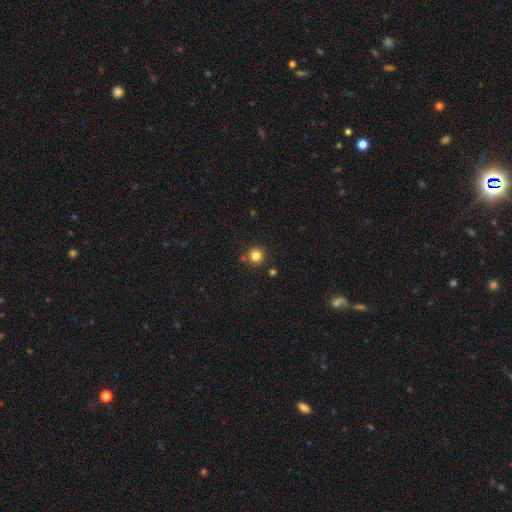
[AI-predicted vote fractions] This appears to be a smooth galaxy with no disk features (82%) that is round (95%). Merging: none (83%).